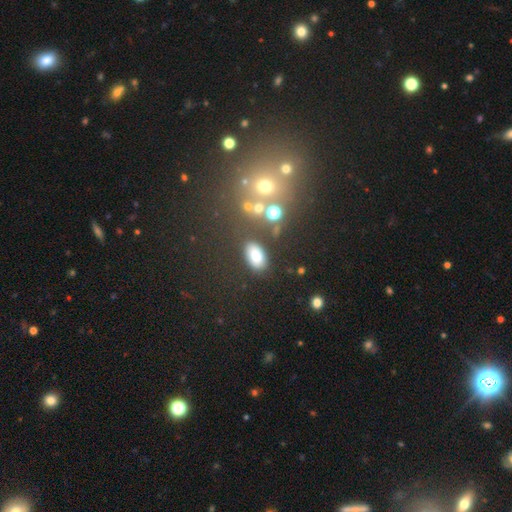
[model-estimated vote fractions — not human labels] A smooth galaxy with no disk features (76%) that is in between round and cigar-shaped (90%).

Vote fractions:
- Smooth or featured? smooth: 76% / star or artifact: 13% / featured or disk: 10%
- How rounded? in between: 90% / round: 9% / cigar-shaped: 2%
- Merging? none: 80% / minor disturbance: 11% / merger: 4% / major disturbance: 4%